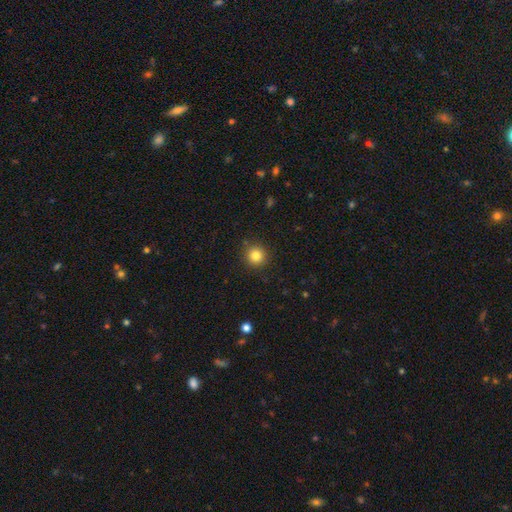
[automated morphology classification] Overall: smooth (83%). How rounded: round (94%). Merging: none (90%).